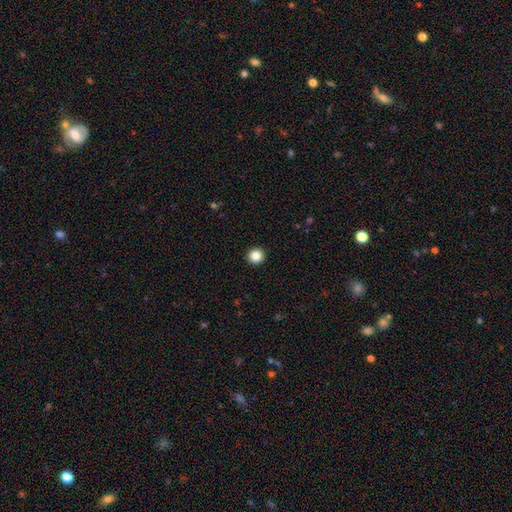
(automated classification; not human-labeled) This is clearly a smooth galaxy (86%). How rounded: clearly round (95%). Merging: clearly none (94%).